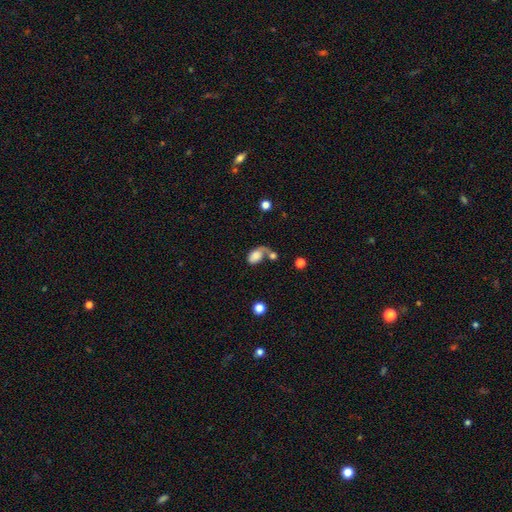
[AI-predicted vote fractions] smooth_or_featured: smooth (p=0.74) [alt: featured or disk p=0.18]
how_rounded: in between (p=0.87) [alt: round p=0.11]
merging: merger (p=0.34) [alt: none p=0.30]